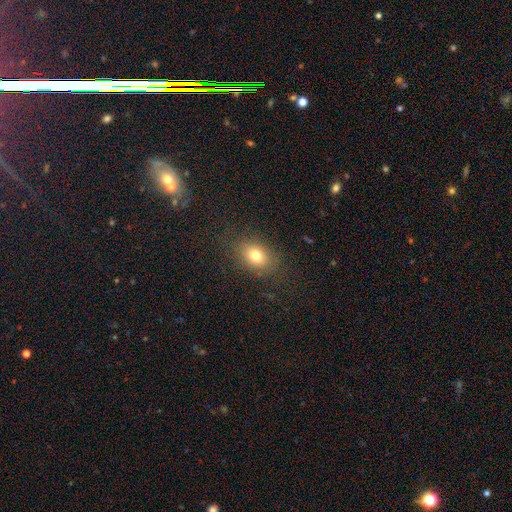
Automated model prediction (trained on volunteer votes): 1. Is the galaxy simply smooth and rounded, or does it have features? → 77% smooth, 12% star or artifact, 11% featured or disk.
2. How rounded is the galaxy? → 72% in between, 27% round, 1% cigar-shaped.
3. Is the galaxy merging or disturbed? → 82% none, 12% minor disturbance, 5% major disturbance, 1% merger.